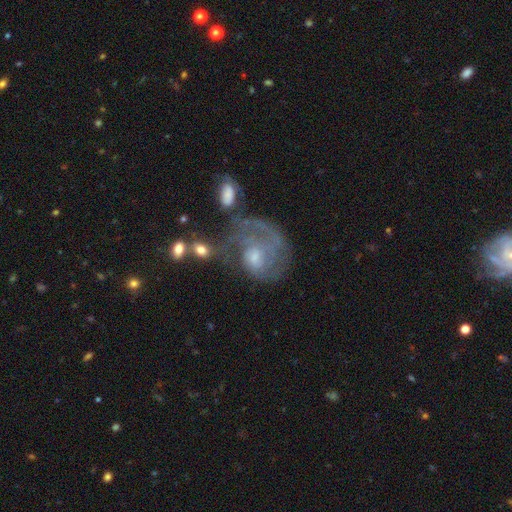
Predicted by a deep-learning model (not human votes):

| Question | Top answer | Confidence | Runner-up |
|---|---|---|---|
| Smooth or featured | featured or disk | 71% | smooth (21%) |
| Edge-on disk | no | 97% | yes (3%) |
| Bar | no | 67% | weak (29%) |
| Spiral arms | yes | 79% | no (21%) |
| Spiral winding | tight | 42% | medium (35%) |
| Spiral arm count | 1 | 39% | can't tell (28%) |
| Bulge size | small | 39% | tied: moderate (39%) |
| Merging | major disturbance | 36% | none (32%) |